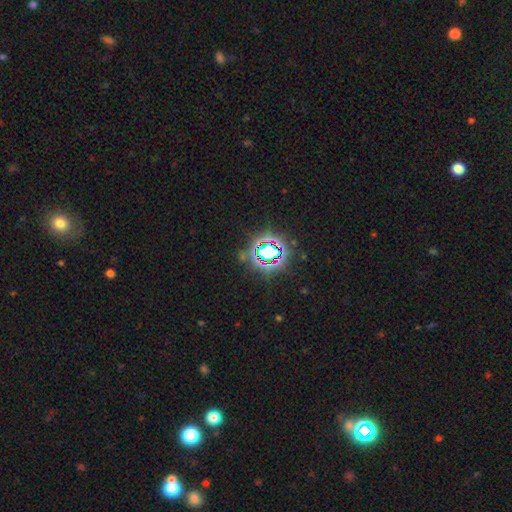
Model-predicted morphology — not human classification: star or artifact 78%, smooth 13%, featured or disk 8%.